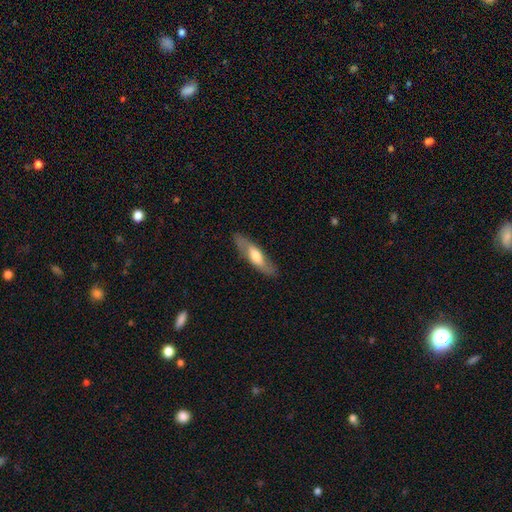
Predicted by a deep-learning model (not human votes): Q: Smooth or featured?
A: smooth (51%); runner-up: featured or disk (44%)
Q: How rounded?
A: cigar-shaped (63%); runner-up: in between (35%)
Q: Merging?
A: none (83%); runner-up: minor disturbance (13%)